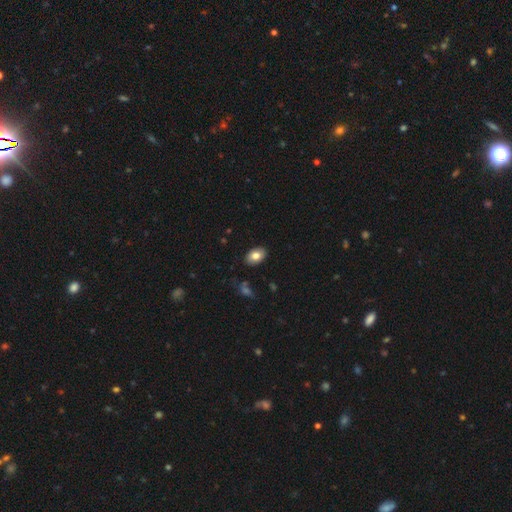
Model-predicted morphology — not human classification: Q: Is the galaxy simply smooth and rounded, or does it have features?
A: smooth — 80%.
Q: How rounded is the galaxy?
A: in between — 87%.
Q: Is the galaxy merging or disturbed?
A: none — 87%.